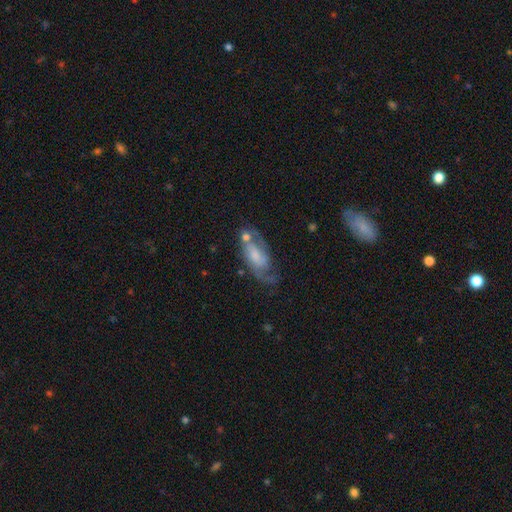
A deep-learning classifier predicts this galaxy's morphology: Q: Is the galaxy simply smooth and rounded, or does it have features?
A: featured or disk — 74%.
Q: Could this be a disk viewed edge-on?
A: no — 94%.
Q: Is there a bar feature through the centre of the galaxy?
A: no — 51%.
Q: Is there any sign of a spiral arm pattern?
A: yes — 91%.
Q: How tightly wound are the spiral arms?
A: medium — 50%.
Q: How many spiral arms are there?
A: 2 — 75%.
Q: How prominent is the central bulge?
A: small — 37%.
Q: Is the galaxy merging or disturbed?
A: none — 52%.